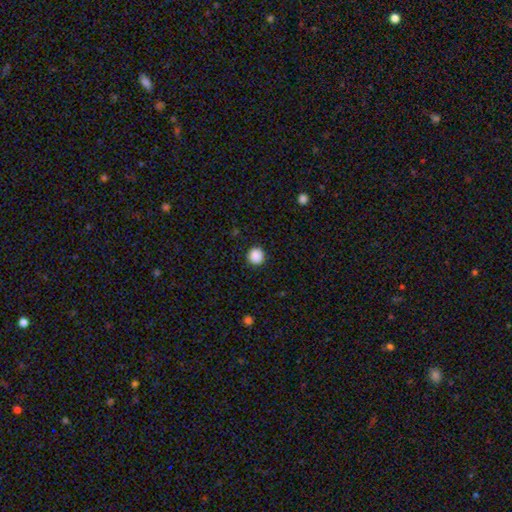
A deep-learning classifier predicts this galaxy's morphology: Smooth or featured? Predicted: smooth (p=0.89). How rounded? Predicted: round (p=0.94). Merging? Predicted: none (p=0.92).